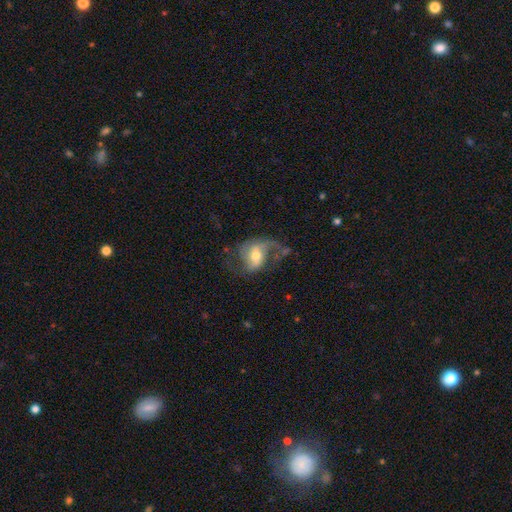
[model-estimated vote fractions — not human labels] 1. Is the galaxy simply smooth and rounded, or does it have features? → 74% featured or disk, 19% smooth, 7% star or artifact.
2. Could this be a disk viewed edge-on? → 97% no, 3% yes.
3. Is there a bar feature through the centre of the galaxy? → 43% weak, 36% no, 21% strong.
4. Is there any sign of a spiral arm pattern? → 90% yes, 10% no.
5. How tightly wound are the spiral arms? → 56% loose, 35% medium, 9% tight.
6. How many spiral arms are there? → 66% 2, 24% 1, 5% can't tell, 2% 3, 1% 4, 1% more than 4.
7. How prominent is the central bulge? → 66% moderate, 24% small, 8% large, 2% none, 1% dominant.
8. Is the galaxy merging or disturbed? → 46% none, 29% major disturbance, 22% minor disturbance, 3% merger.